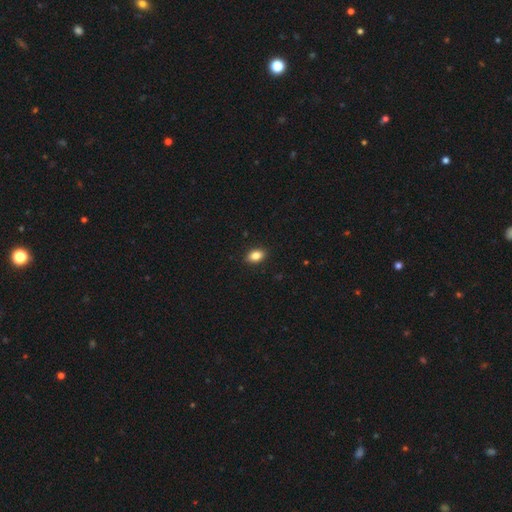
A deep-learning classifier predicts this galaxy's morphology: Q: Smooth or featured?
A: smooth (85%); runner-up: star or artifact (9%)
Q: How rounded?
A: in between (84%); runner-up: round (14%)
Q: Merging?
A: none (90%); runner-up: minor disturbance (7%)